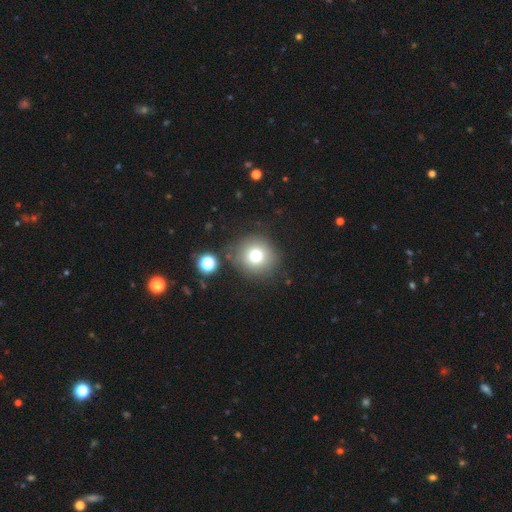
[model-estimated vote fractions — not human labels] The model was most divided on "smooth or featured": smooth: 73%, star or artifact: 15%, featured or disk: 12%. More confident: how rounded — round (92%); merging — none (83%).